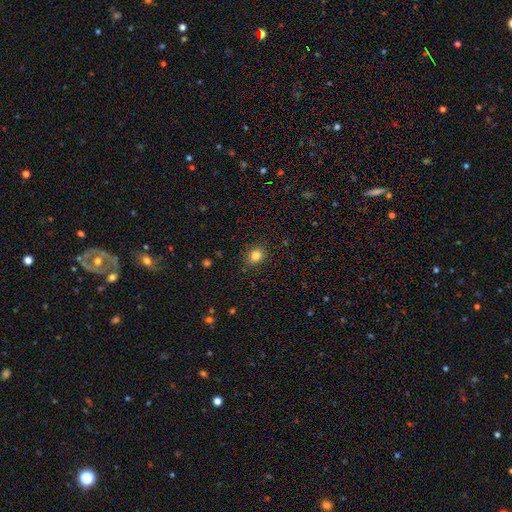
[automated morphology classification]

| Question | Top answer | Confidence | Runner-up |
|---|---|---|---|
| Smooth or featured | smooth | 83% | star or artifact (12%) |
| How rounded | round | 78% | in between (21%) |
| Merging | none | 89% | minor disturbance (8%) |